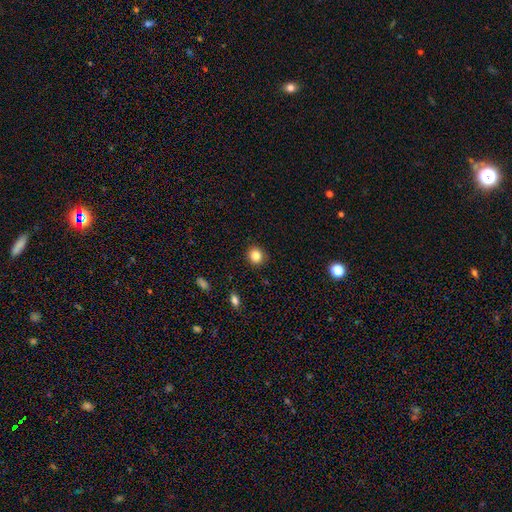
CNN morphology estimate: Overall: smooth (86%). How rounded: round (82%). Merging: none (89%).